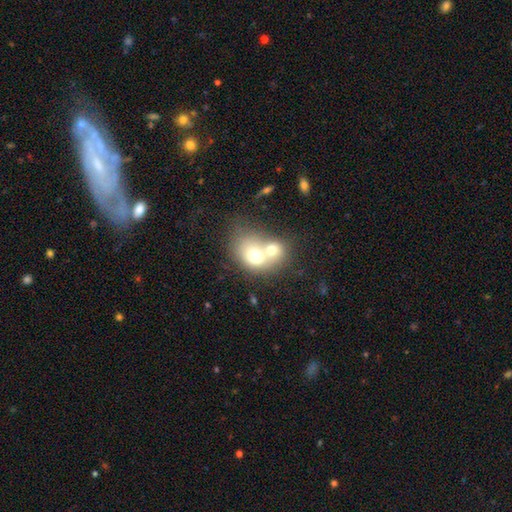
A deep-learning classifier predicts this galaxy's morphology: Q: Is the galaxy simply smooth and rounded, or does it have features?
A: smooth — 67%.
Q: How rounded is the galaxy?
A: in between — 52%.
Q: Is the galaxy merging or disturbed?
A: merger — 74%.